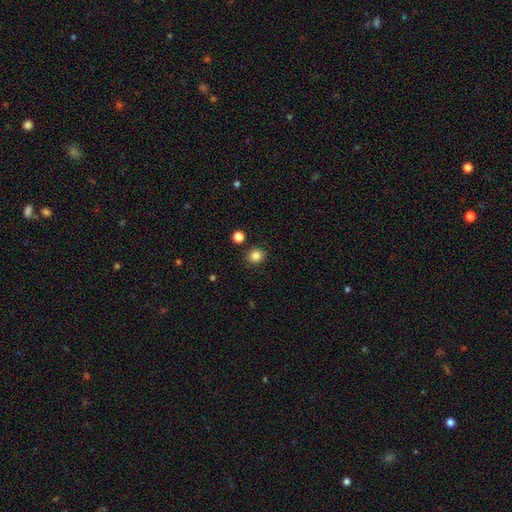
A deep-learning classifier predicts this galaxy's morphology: Smooth or featured? smooth (84%)
How rounded? round (84%)
Merging? none (87%)